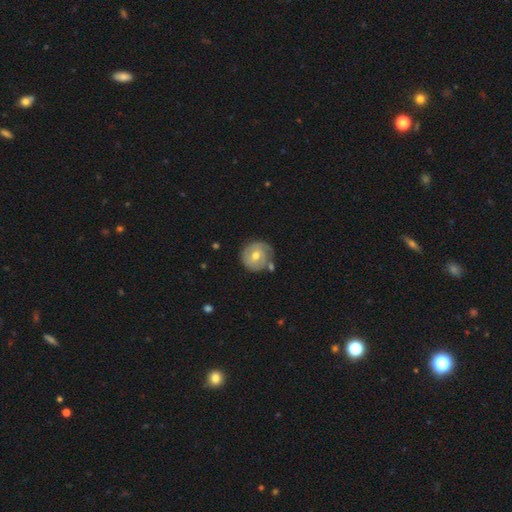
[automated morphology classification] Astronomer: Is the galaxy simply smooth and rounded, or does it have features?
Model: featured or disk — 54% (runner-up: smooth, 39%).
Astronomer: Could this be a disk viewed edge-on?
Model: no — 97%.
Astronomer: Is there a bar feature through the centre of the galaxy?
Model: no — 66%.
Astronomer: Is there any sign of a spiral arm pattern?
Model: yes — 70%.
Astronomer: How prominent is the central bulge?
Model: moderate — 77%.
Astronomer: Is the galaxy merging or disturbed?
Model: none — 67%.